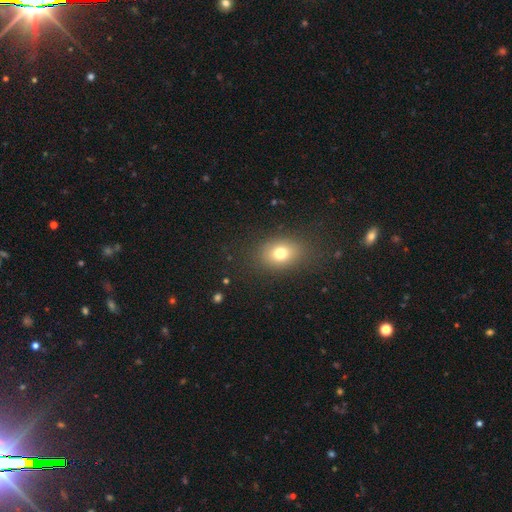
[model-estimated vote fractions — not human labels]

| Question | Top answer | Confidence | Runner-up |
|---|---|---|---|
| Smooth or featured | smooth | 58% | star or artifact (31%) |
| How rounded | in between | 68% | round (29%) |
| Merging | none | 85% | minor disturbance (10%) |